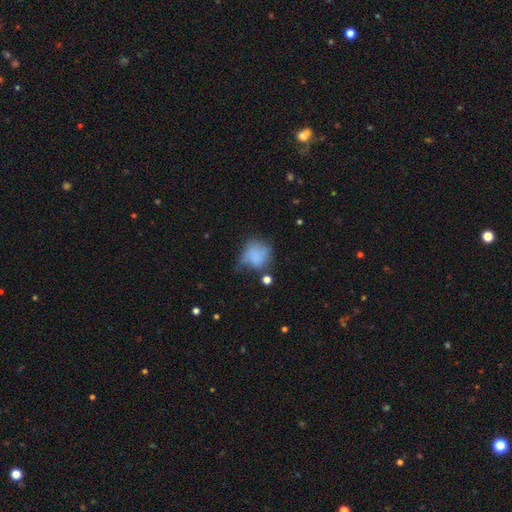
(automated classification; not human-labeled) smooth_or_featured: smooth (p=0.76) [alt: featured or disk p=0.14]
how_rounded: round (p=0.73) [alt: in between p=0.26]
merging: none (p=0.41) [alt: minor disturbance p=0.35]